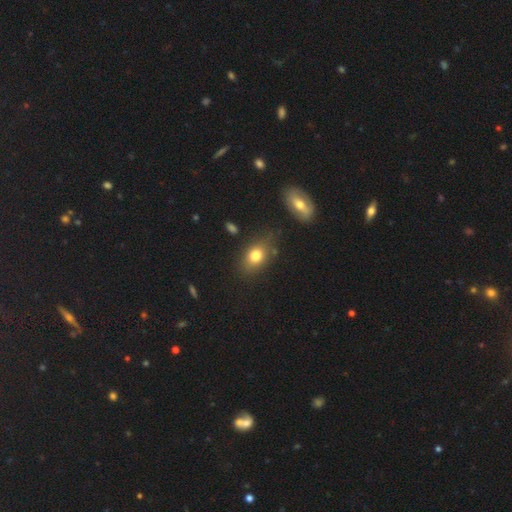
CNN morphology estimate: Smooth or featured? smooth (78%)
How rounded? in between (68%)
Merging? none (74%)